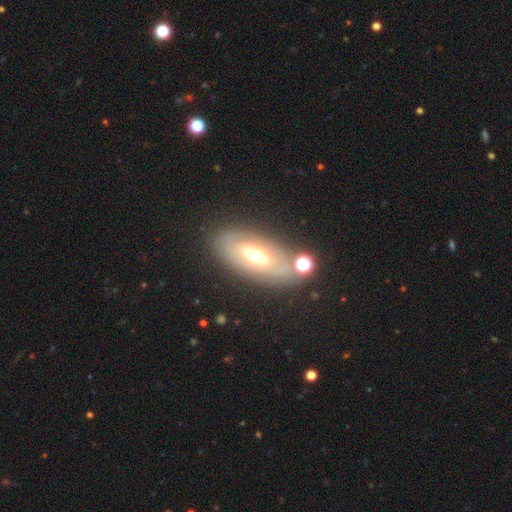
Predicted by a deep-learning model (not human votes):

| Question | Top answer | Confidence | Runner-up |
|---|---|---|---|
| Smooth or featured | featured or disk | 62% | smooth (30%) |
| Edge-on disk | no | 82% | yes (18%) |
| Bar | no | 57% | weak (27%) |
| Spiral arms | no | 66% | yes (34%) |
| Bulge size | moderate | 68% | large (17%) |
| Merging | none | 73% | minor disturbance (14%) |